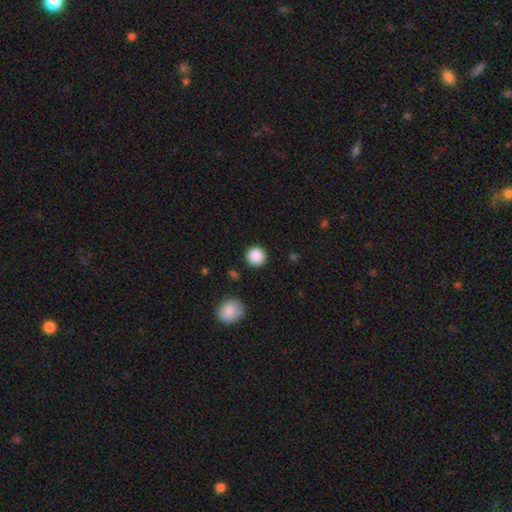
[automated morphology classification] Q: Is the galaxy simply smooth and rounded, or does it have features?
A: smooth — 88%.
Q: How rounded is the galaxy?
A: round — 95%.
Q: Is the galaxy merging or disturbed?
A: none — 91%.